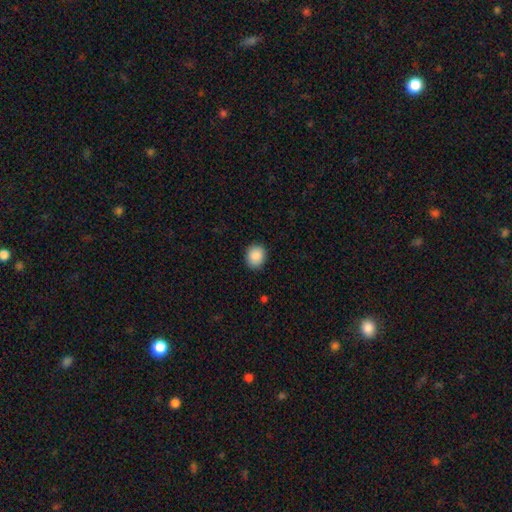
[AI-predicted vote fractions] This appears to be a smooth galaxy with no disk features (89%) that is round (70%). Merging: none (88%).